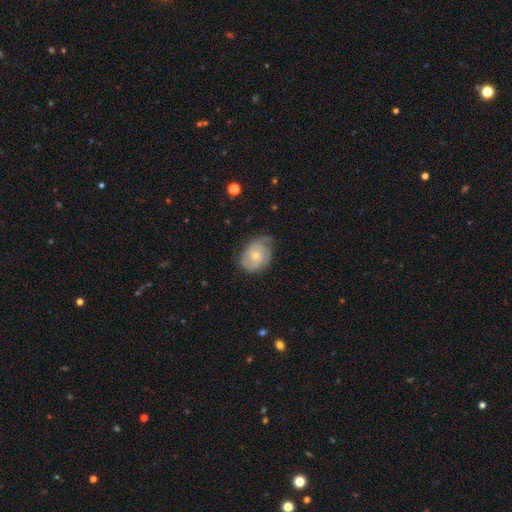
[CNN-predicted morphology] featured or disk 57%, smooth 37%, star or artifact 7%. Down the decision tree: edge-on disk — no (96%); bar — no (80%); spiral arms — yes (80%); bulge size — moderate (48%, tied with small); merging — none (58%).